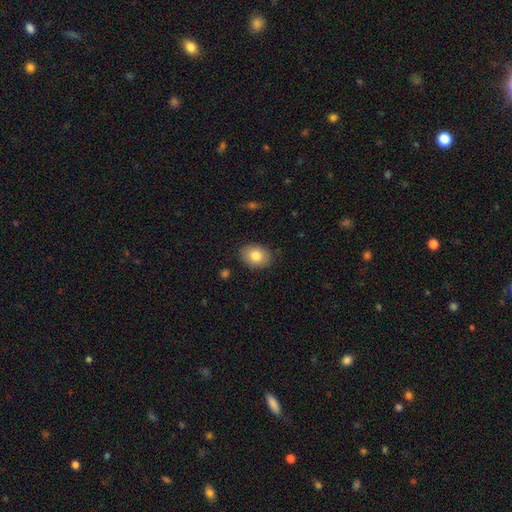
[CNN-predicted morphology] This is clearly a smooth galaxy (83%). How rounded: likely in between (74%). Merging: clearly none (85%).